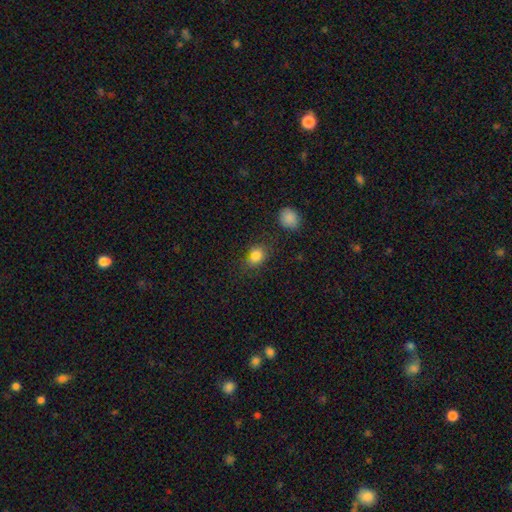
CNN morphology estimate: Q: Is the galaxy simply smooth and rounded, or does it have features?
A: smooth — 82%.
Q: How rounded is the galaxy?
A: round — 51%.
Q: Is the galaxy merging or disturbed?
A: none — 66%.